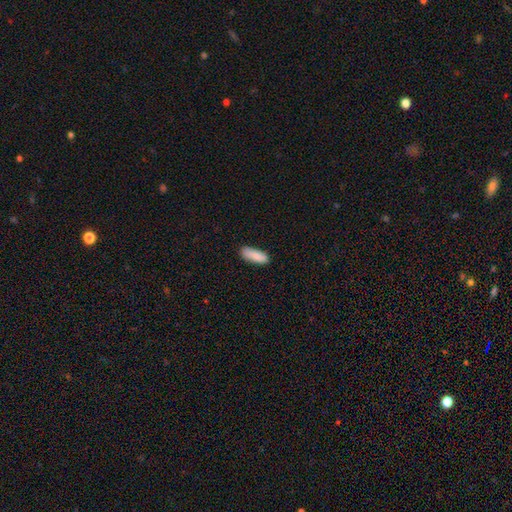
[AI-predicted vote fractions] Overall: smooth (84%). How rounded: in between (68%; cigar-shaped 30%). Merging: none (83%).